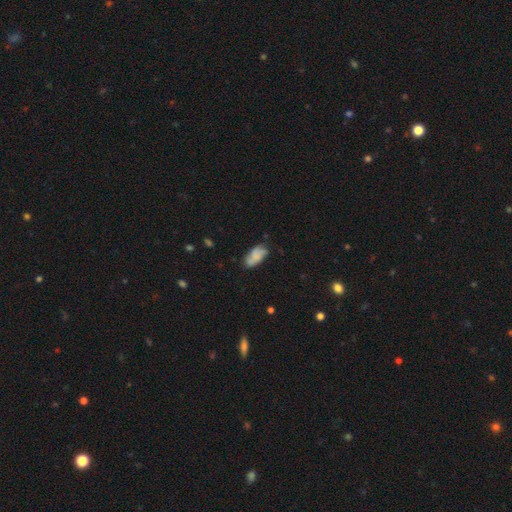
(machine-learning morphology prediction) Smooth or featured? smooth (63%)
How rounded? in between (90%)
Merging? none (62%)